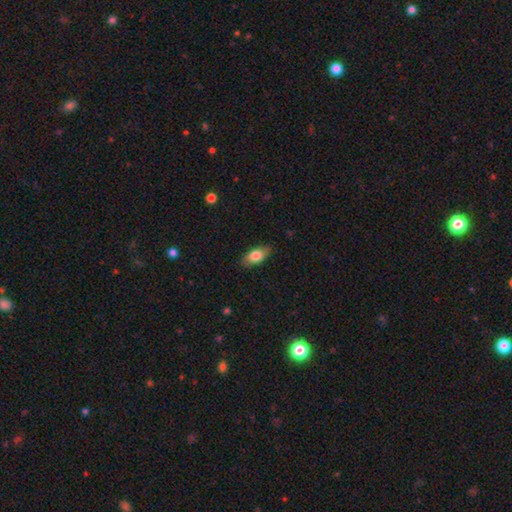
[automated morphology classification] This appears to be a smooth galaxy with no disk features (79%) that is in between round and cigar-shaped (88%). Merging: none (85%).